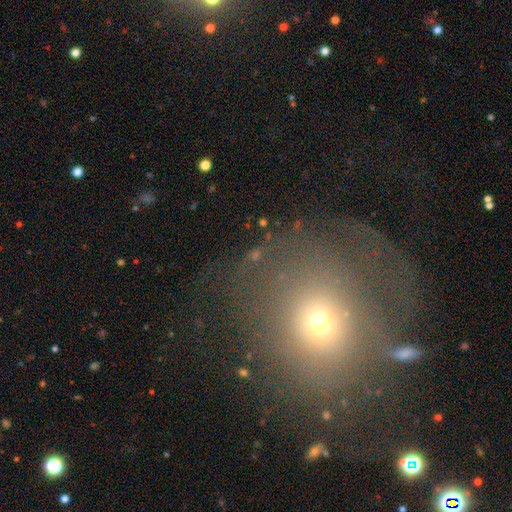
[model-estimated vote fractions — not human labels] Smooth or featured: smooth — 52% (star or artifact — 26%)
How rounded: round — 82% (in between — 17%)
Merging: none — 63% (major disturbance — 17%)